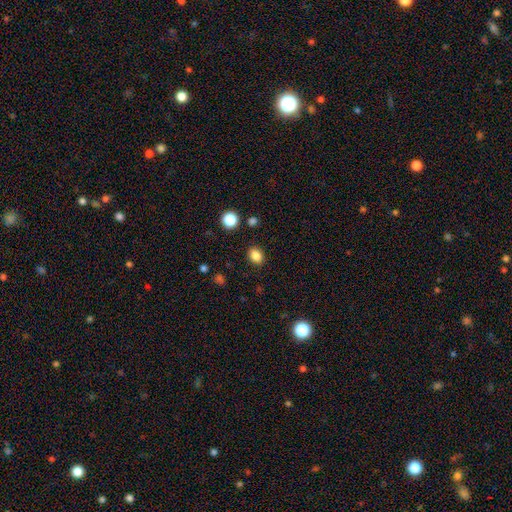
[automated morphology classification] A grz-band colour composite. It shows a smooth galaxy with no disk features (84%) that is in between round and cigar-shaped (58%). Merging: none (87%).